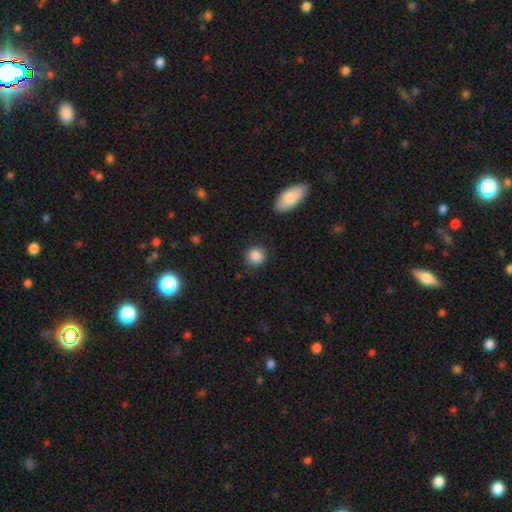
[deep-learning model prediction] smooth-or-featured: smooth: 86% | star or artifact: 9% | featured or disk: 5%
  how-rounded: round: 85% | in between: 14% | cigar-shaped: 1%
  merging: none: 87% | minor disturbance: 9% | major disturbance: 3% | merger: 2%